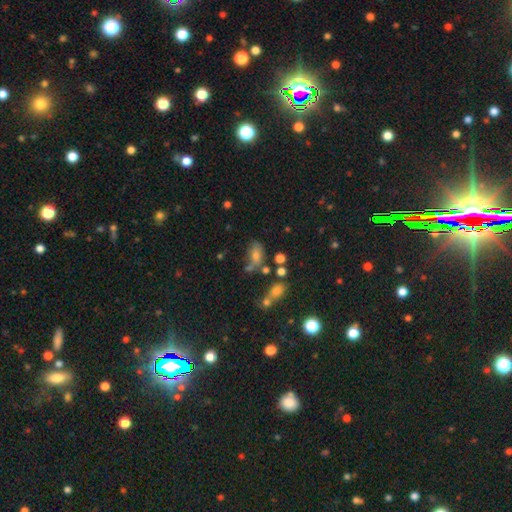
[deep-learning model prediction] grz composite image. It shows a smooth galaxy with no disk features (58%) that is in between round and cigar-shaped (80%). Merging: none (49%).